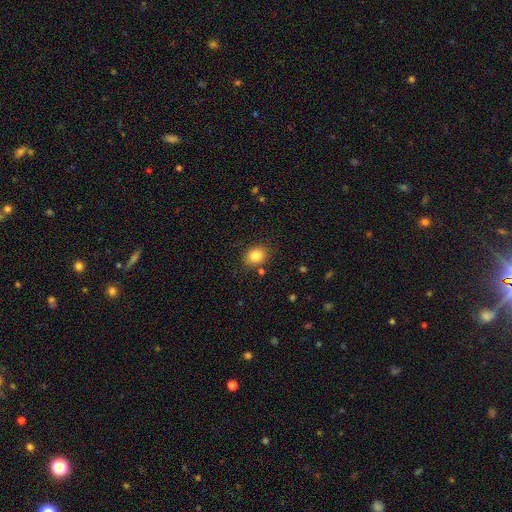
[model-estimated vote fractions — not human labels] This is clearly a smooth galaxy (83%). How rounded: possibly round (56%). Merging: clearly none (82%).